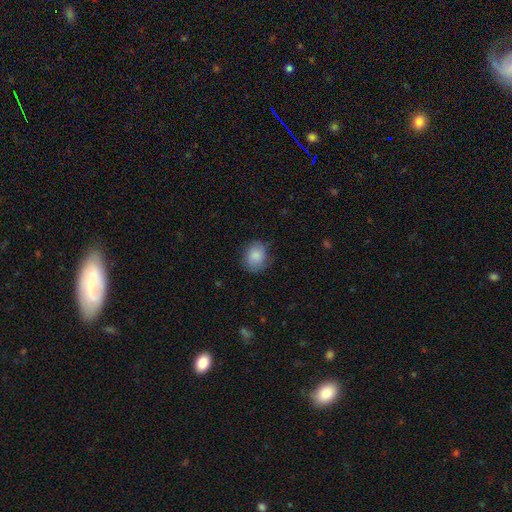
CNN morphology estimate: This is clearly a smooth galaxy (85%). How rounded: possibly round (58%). Merging: likely none (73%).